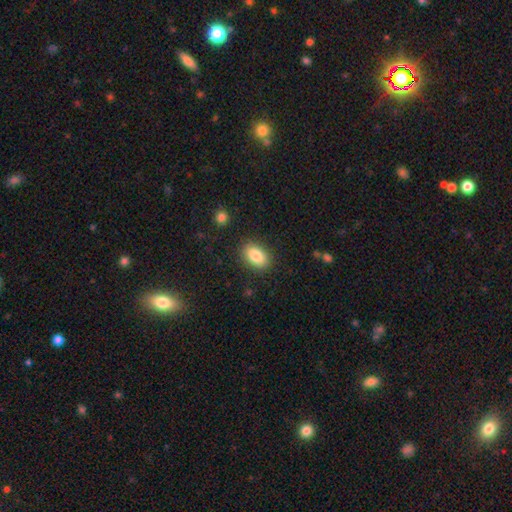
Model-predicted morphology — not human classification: A smooth galaxy with no disk features (85%) that is in between round and cigar-shaped (89%).

Vote fractions:
- Smooth or featured? smooth: 85% / star or artifact: 8% / featured or disk: 7%
- How rounded? in between: 89% / round: 9% / cigar-shaped: 2%
- Merging? none: 86% / minor disturbance: 10% / major disturbance: 3% / merger: 1%